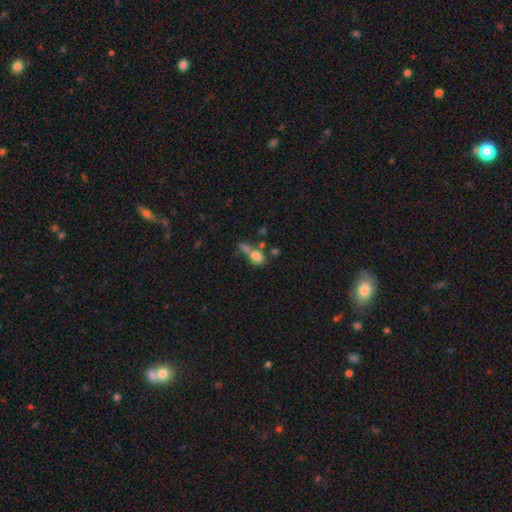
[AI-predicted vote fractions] Smooth or featured? Predicted: smooth (p=0.75). How rounded? Predicted: in between (p=0.57). Merging? Predicted: merger (p=0.40).